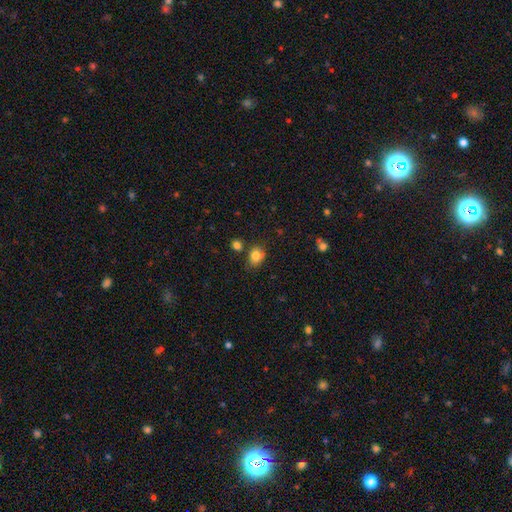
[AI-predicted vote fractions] The model was most divided on "how rounded": in between: 55%, round: 44%, cigar-shaped: 1%. More confident: smooth or featured — smooth (82%); merging — none (67%).